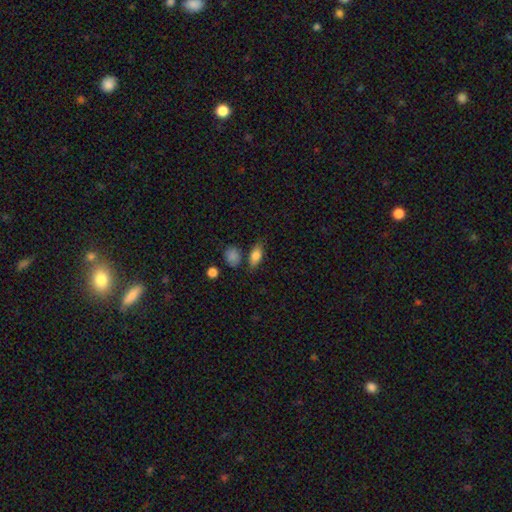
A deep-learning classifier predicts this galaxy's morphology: The model was most divided on "merging": none: 74%, minor disturbance: 15%, merger: 7%, major disturbance: 4%. More confident: how rounded — in between (84%); smooth or featured — smooth (82%).